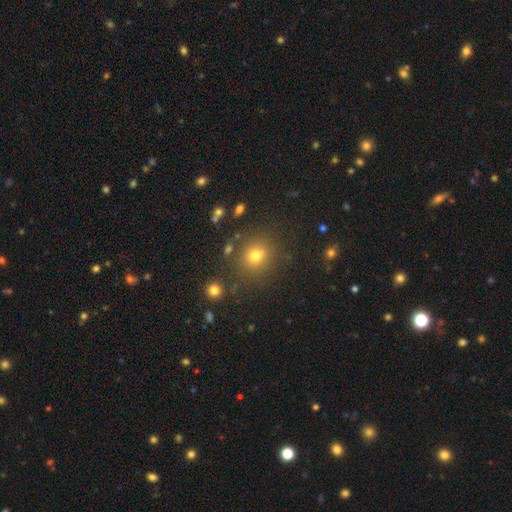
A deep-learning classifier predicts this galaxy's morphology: Smooth or featured? Predicted: smooth (p=0.70). How rounded? Predicted: round (p=0.82). Merging? Predicted: none (p=0.83).